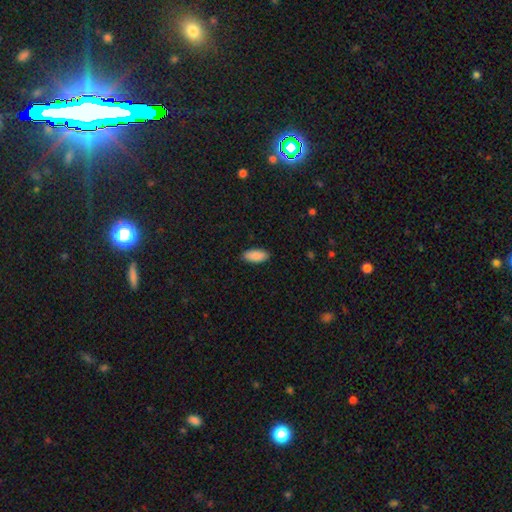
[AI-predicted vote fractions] Smooth or featured? Predicted: smooth (p=0.90). How rounded? Predicted: in between (p=0.88). Merging? Predicted: none (p=0.89).